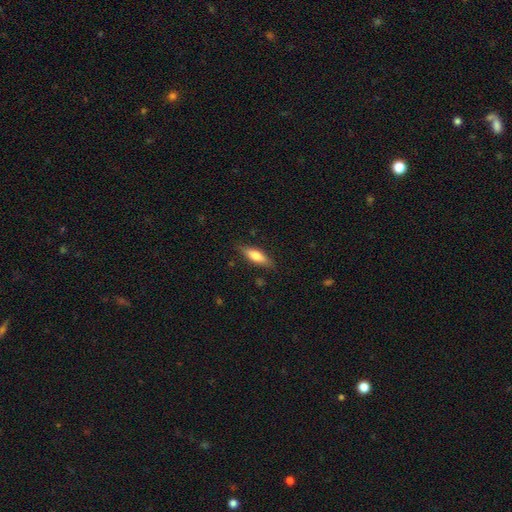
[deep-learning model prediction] Smooth or featured? smooth (69%)
How rounded? in between (51%)
Merging? none (83%)